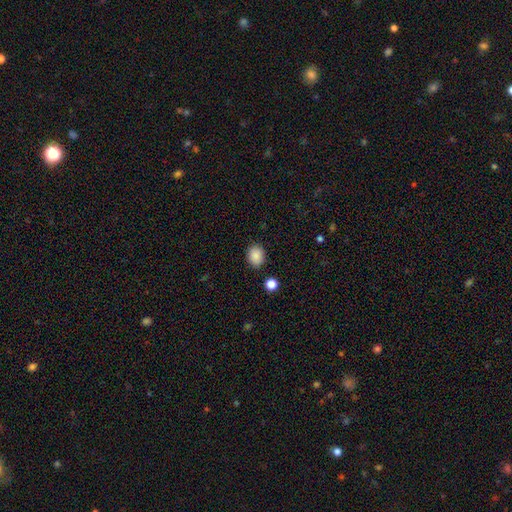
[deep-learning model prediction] This is clearly a smooth galaxy (87%). How rounded: possibly in between (53%). Merging: clearly none (86%).